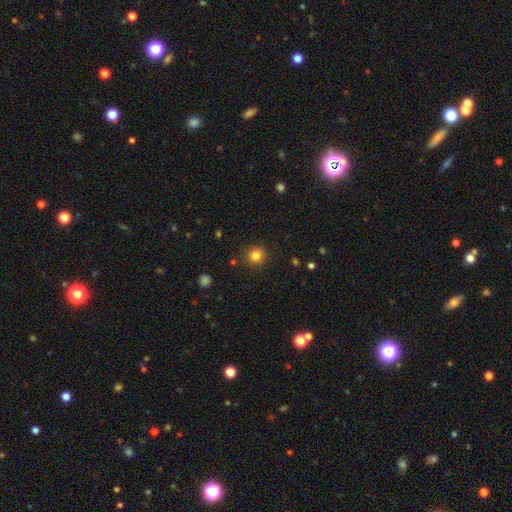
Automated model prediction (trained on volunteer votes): A smooth galaxy with no disk features (82%) that is round (90%).

Vote fractions:
- Smooth or featured? smooth: 82% / star or artifact: 12% / featured or disk: 6%
- How rounded? round: 90% / in between: 9% / cigar-shaped: 1%
- Merging? none: 89% / minor disturbance: 7% / major disturbance: 2% / merger: 2%